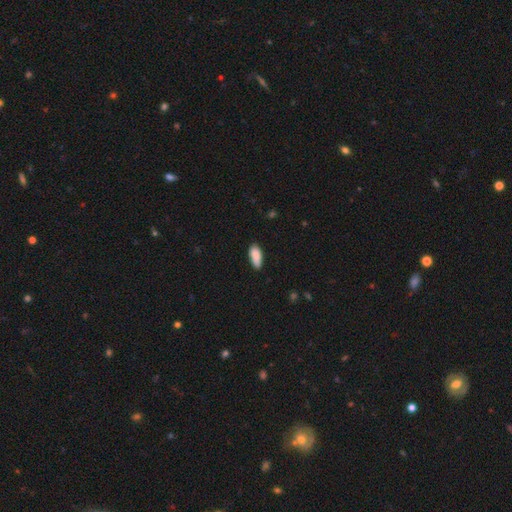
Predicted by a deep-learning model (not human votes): Smooth or featured? Predicted: smooth (p=0.88). How rounded? Predicted: in between (p=0.81). Merging? Predicted: none (p=0.72).